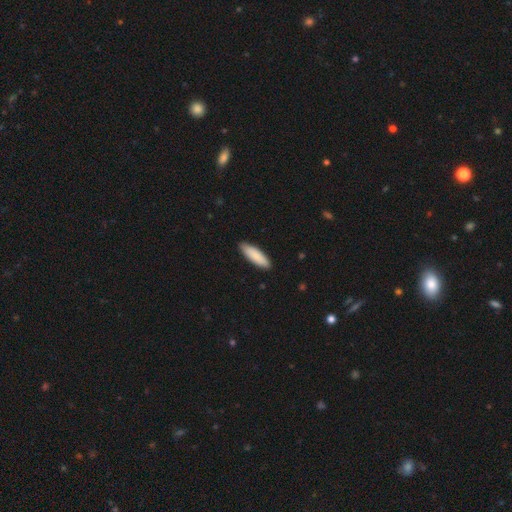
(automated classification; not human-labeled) This is clearly a smooth galaxy (88%). How rounded: possibly cigar-shaped (52%). Merging: clearly none (89%).